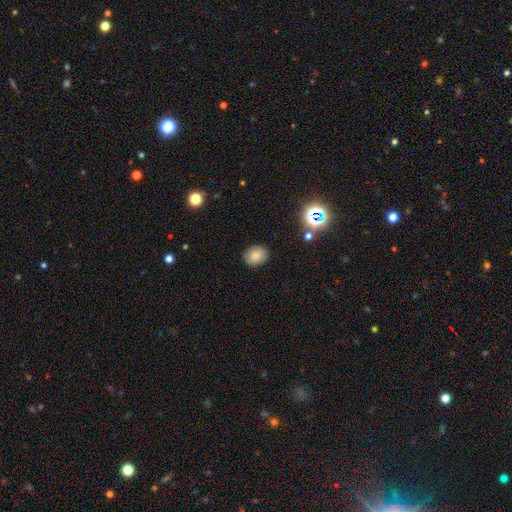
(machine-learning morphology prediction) This is likely a smooth galaxy (79%). How rounded: possibly round (56%). Merging: clearly none (87%).